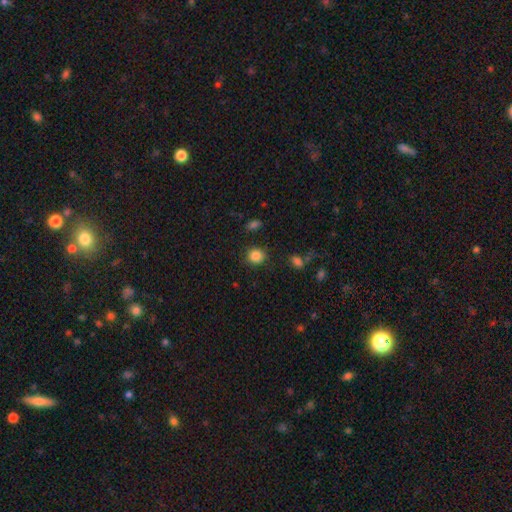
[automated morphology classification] Smooth or featured: smooth — 86% (star or artifact — 10%)
How rounded: round — 84% (in between — 15%)
Merging: none — 87% (minor disturbance — 8%)